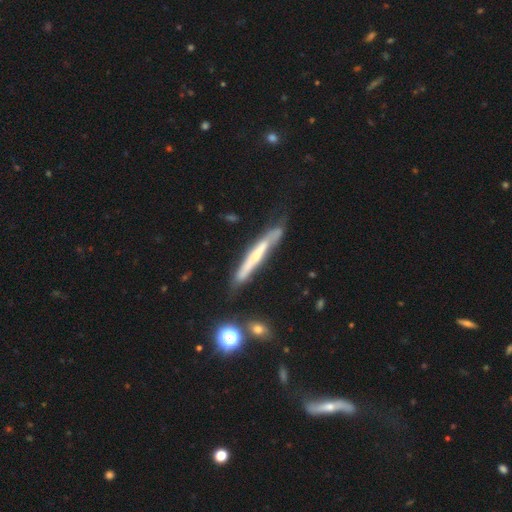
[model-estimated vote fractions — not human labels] smooth-or-featured: featured or disk: 62% | smooth: 31% | star or artifact: 7%
  disk-edge-on: yes: 82% | no: 18%
    edge-on-bulge: none: 59% | rounded: 26% | boxy: 15%
  merging: none: 62% | minor disturbance: 25% | major disturbance: 8% | merger: 5%